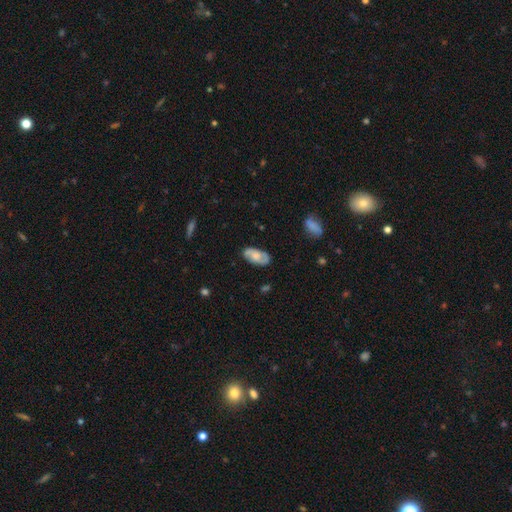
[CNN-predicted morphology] This appears to be a featured or disk galaxy (52%). Merging: none (81%).